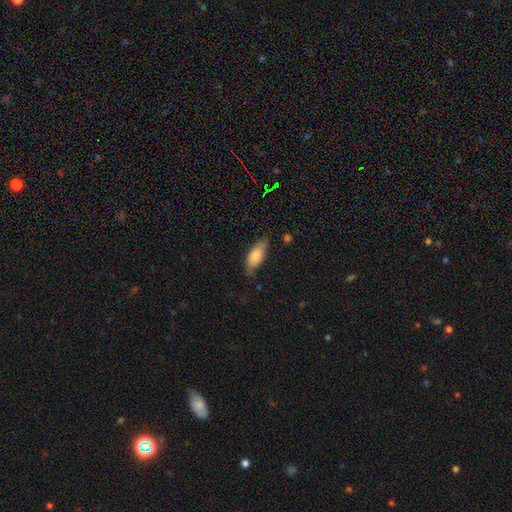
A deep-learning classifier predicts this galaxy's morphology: The model was most divided on "merging": none: 74%, minor disturbance: 21%, major disturbance: 4%, merger: 1%. More confident: how rounded — in between (83%); smooth or featured — smooth (80%).